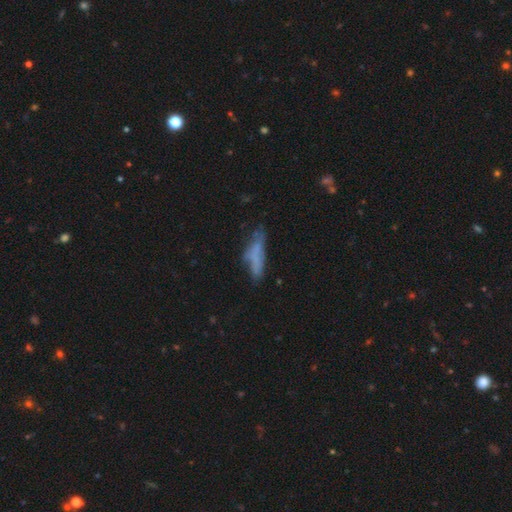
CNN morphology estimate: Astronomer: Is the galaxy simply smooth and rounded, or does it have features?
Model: smooth — 57%.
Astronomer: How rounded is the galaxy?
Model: cigar-shaped — 64%.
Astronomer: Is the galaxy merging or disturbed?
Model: none — 46% (runner-up: minor disturbance, 28%).